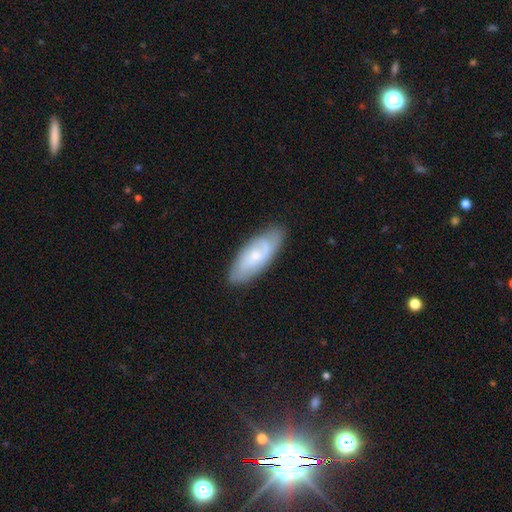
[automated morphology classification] This appears to be a featured or disk galaxy (58%) with no bar (64%), spiral arms (85%) and a small central bulge (62%). Merging: none (81%).